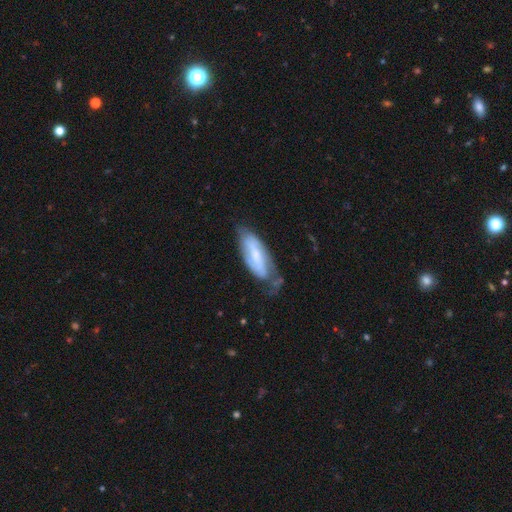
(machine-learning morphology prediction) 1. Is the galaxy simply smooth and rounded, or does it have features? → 68% featured or disk, 26% smooth, 6% star or artifact.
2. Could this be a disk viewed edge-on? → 87% no, 13% yes.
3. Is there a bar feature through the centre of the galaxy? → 42% weak, 32% strong, 25% no.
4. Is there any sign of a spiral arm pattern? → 84% yes, 16% no.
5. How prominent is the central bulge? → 52% small, 36% moderate, 7% none, 4% large, 1% dominant.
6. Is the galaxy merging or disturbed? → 47% none, 31% minor disturbance, 19% major disturbance, 3% merger.